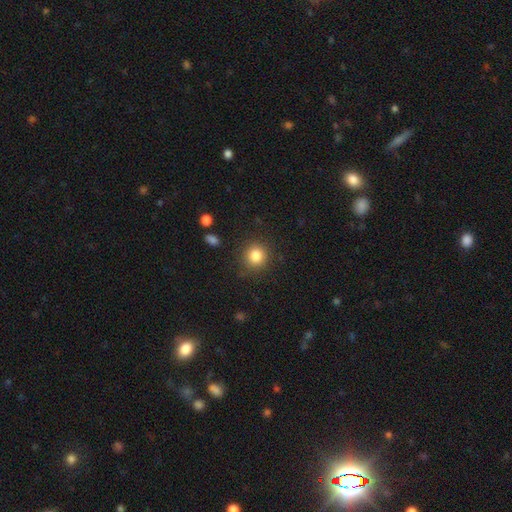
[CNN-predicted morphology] Smooth or featured?
  - smooth: 83% *
  - star or artifact: 11%
  - featured or disk: 6%
How rounded?
  - round: 91% *
  - in between: 8%
  - cigar-shaped: 1%
Merging?
  - none: 87% *
  - minor disturbance: 8%
  - major disturbance: 3%
  - merger: 1%